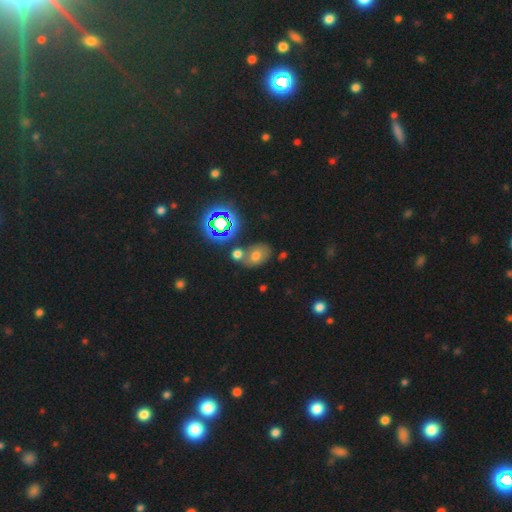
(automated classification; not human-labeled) A smooth galaxy with no disk features (51%) that is in between round and cigar-shaped (74%).

Vote fractions:
- Smooth or featured? smooth: 51% / star or artifact: 31% / featured or disk: 17%
- How rounded? in between: 74% / round: 25% / cigar-shaped: 2%
- Merging? none: 56% / merger: 26% / minor disturbance: 13% / major disturbance: 5%